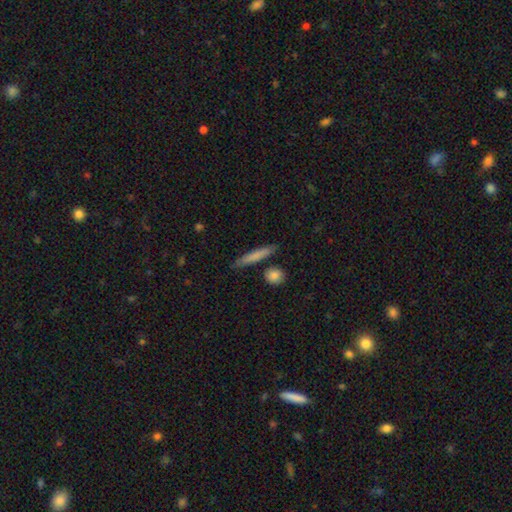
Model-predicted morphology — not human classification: Smooth or featured: smooth — 71% (featured or disk — 23%)
How rounded: cigar-shaped — 91% (in between — 6%)
Merging: none — 83% (minor disturbance — 10%)